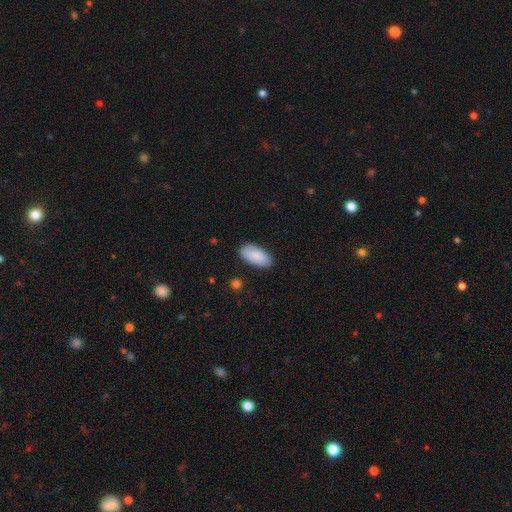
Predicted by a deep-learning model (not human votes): Smooth or featured: smooth — 87% (featured or disk — 7%)
How rounded: in between — 93% (cigar-shaped — 5%)
Merging: none — 85% (minor disturbance — 12%)